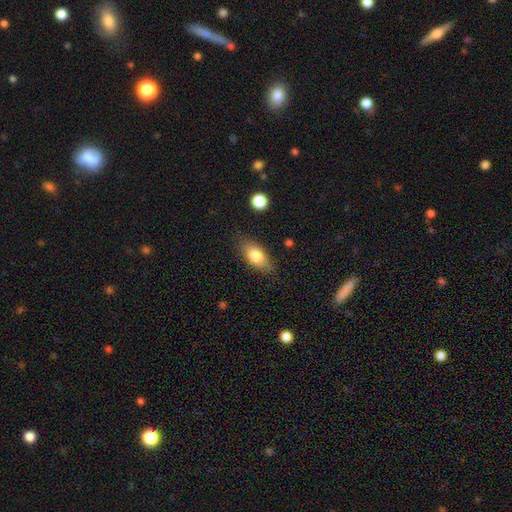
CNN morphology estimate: A smooth galaxy with no disk features (78%) that is in between round and cigar-shaped (85%).

Vote fractions:
- Smooth or featured? smooth: 78% / featured or disk: 15% / star or artifact: 7%
- How rounded? in between: 85% / cigar-shaped: 10% / round: 6%
- Merging? none: 79% / minor disturbance: 16% / major disturbance: 4% / merger: 2%